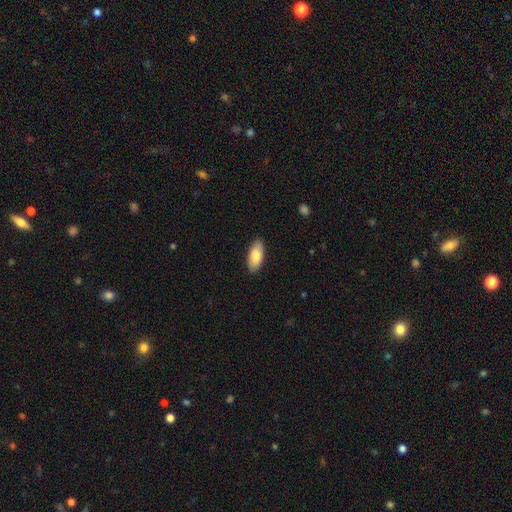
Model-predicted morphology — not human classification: The model was most divided on "smooth or featured": smooth: 83%, featured or disk: 12%, star or artifact: 5%. More confident: merging — none (89%); how rounded — in between (88%).